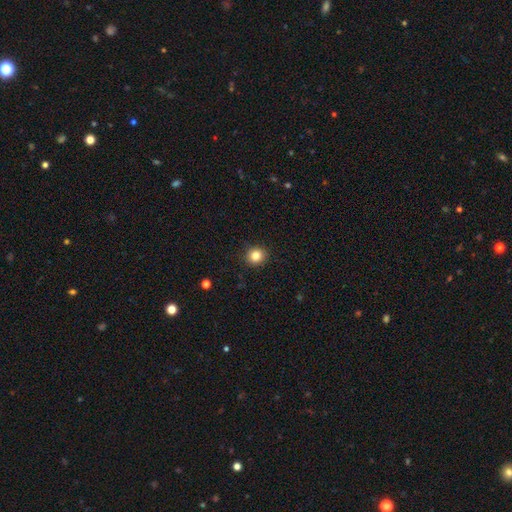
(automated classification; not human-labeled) The model was most divided on "smooth or featured": smooth: 84%, star or artifact: 11%, featured or disk: 5%. More confident: merging — none (91%); how rounded — round (89%).